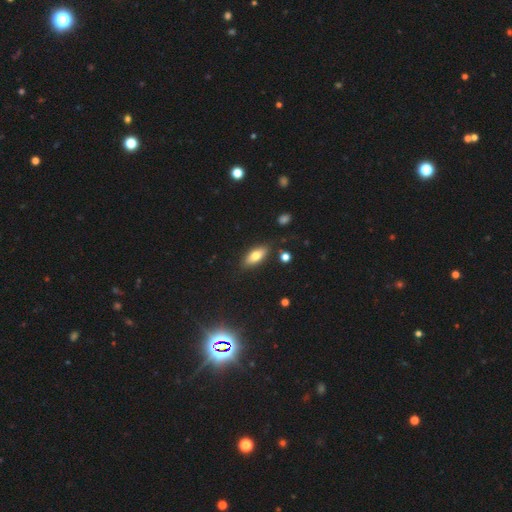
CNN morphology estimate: Smooth or featured? Predicted: smooth (p=0.72). How rounded? Predicted: in between (p=0.79). Merging? Predicted: none (p=0.83).